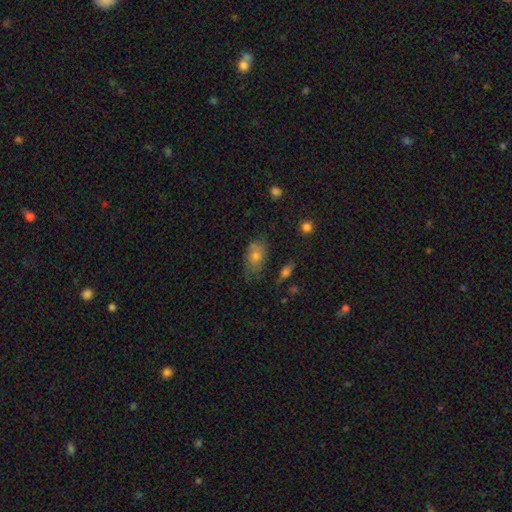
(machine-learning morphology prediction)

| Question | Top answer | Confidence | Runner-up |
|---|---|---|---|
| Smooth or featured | smooth | 71% | featured or disk (18%) |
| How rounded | in between | 87% | round (10%) |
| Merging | none | 66% | minor disturbance (25%) |